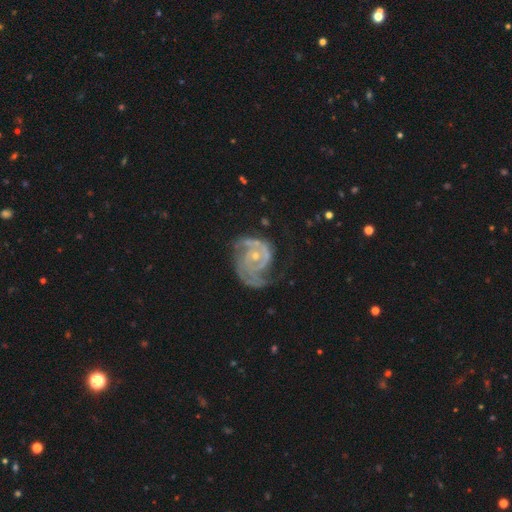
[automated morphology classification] Smooth or featured: featured or disk — 90% (star or artifact — 5%)
Edge-on disk: no — 98% (yes — 2%)
Bar: no — 69% (weak — 25%)
Spiral arms: yes — 97% (no — 3%)
Spiral winding: tight — 56% (medium — 36%)
Spiral arm count: 2 — 61% (3 — 17%)
Bulge size: small — 68% (moderate — 28%)
Merging: none — 55% (minor disturbance — 25%)